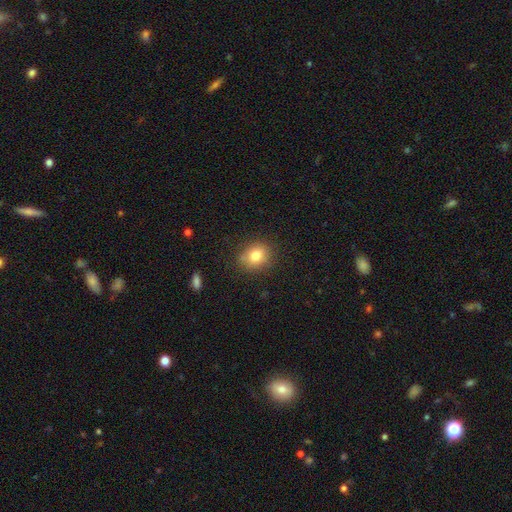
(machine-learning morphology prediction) A smooth galaxy with no disk features (80%) that is round (64%).

Vote fractions:
- Smooth or featured? smooth: 80% / star or artifact: 11% / featured or disk: 9%
- How rounded? round: 64% / in between: 34% / cigar-shaped: 1%
- Merging? none: 80% / minor disturbance: 15% / major disturbance: 3% / merger: 2%